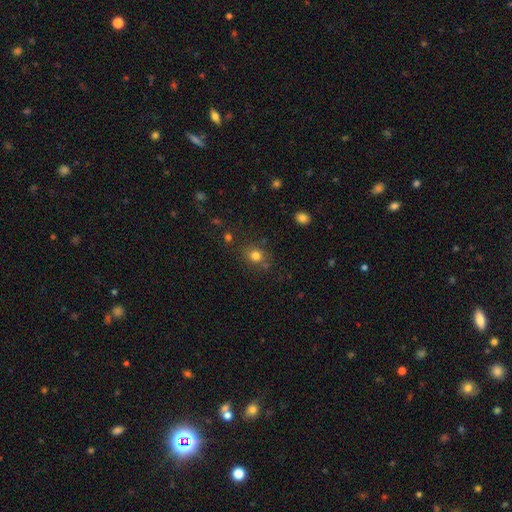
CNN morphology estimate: Smooth or featured: smooth — 78% (star or artifact — 14%)
How rounded: round — 68% (in between — 32%)
Merging: none — 75% (minor disturbance — 14%)